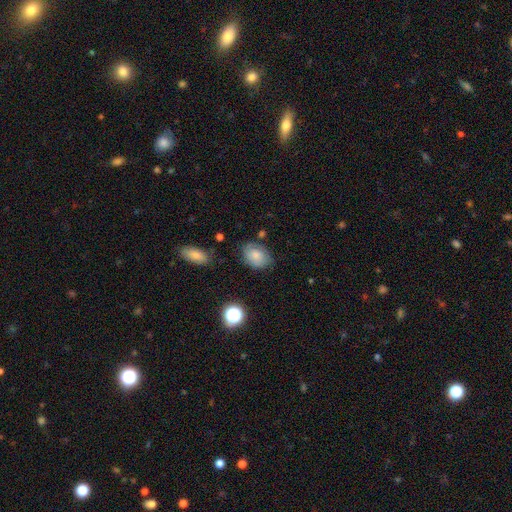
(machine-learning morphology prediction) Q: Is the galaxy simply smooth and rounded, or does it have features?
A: smooth — 75%.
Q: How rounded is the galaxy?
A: in between — 74%.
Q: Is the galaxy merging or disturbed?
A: none — 71%.